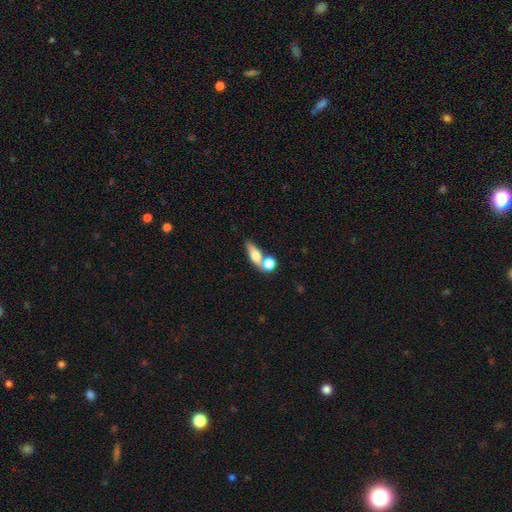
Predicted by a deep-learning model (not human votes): A smooth galaxy with no disk features (65%) that is in between round and cigar-shaped (59%).

Vote fractions:
- Smooth or featured? smooth: 65% / featured or disk: 27% / star or artifact: 8%
- How rounded? in between: 59% / cigar-shaped: 26% / round: 15%
- Merging? none: 42% / merger: 41% / minor disturbance: 11% / major disturbance: 6%